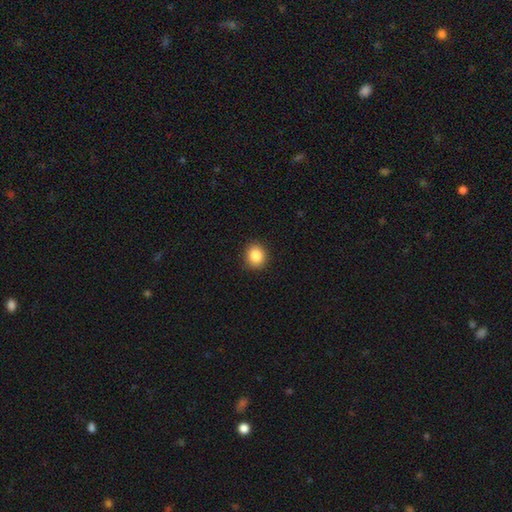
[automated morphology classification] Smooth or featured? smooth (86%)
How rounded? round (81%)
Merging? none (90%)